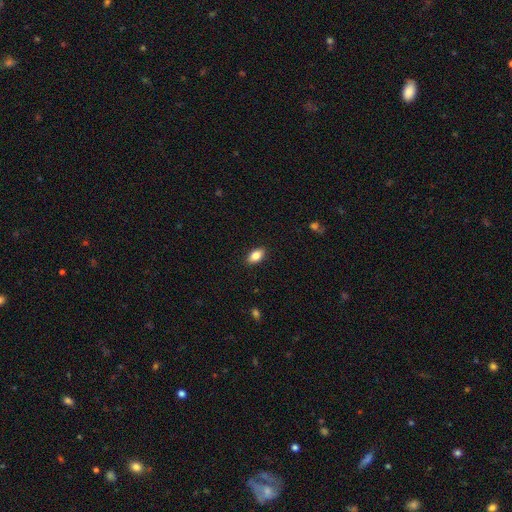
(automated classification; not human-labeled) Smooth or featured: smooth — 83% (featured or disk — 9%)
How rounded: in between — 90% (round — 6%)
Merging: none — 89% (minor disturbance — 8%)